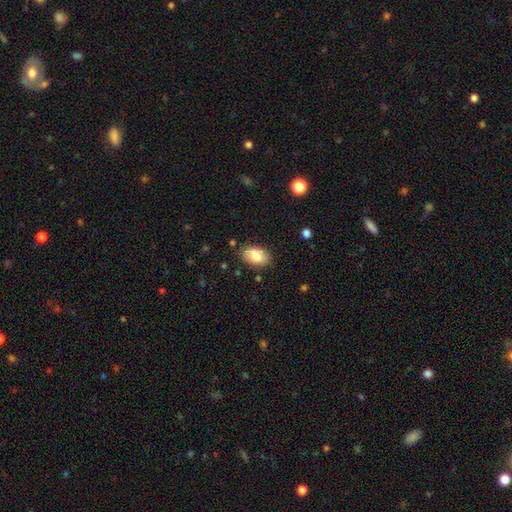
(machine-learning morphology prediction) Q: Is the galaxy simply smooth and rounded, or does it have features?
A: smooth — 79%.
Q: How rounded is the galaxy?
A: in between — 90%.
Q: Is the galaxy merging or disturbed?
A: none — 85%.